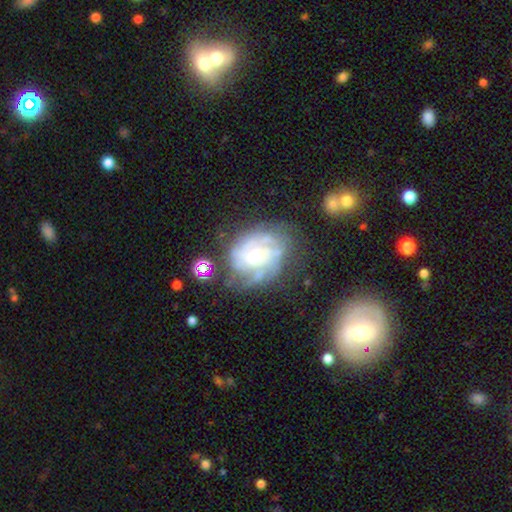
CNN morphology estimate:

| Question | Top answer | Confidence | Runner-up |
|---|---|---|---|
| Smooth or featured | featured or disk | 82% | smooth (10%) |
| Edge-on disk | no | 97% | yes (3%) |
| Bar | no | 75% | weak (20%) |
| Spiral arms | yes | 88% | no (12%) |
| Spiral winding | tight | 58% | medium (31%) |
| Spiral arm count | can't tell | 42% | 3 (19%) |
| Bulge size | moderate | 66% | small (26%) |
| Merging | none | 62% | minor disturbance (21%) |